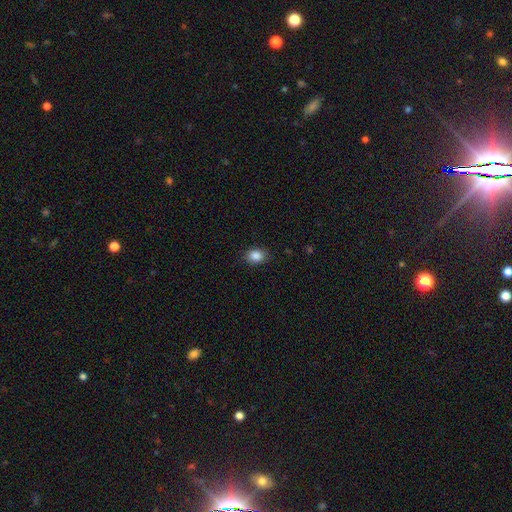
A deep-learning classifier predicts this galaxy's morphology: Smooth or featured?
  - smooth: 87% *
  - star or artifact: 9%
  - featured or disk: 4%
How rounded?
  - in between: 63% *
  - round: 35%
  - cigar-shaped: 1%
Merging?
  - none: 86% *
  - minor disturbance: 10%
  - major disturbance: 3%
  - merger: 1%